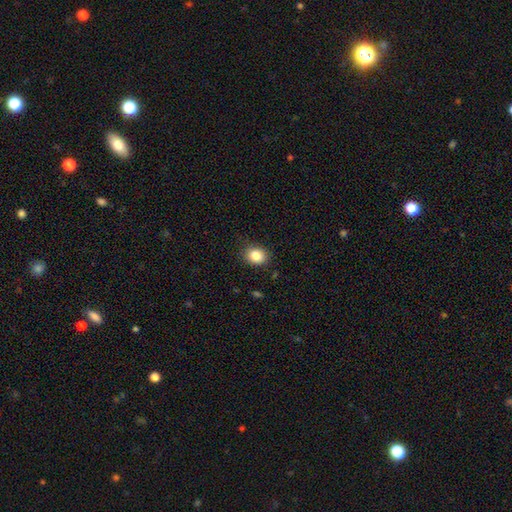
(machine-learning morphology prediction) Smooth or featured? smooth (84%)
How rounded? round (60%)
Merging? none (85%)